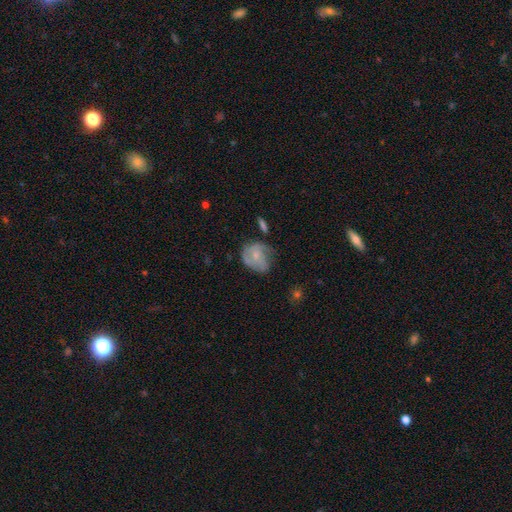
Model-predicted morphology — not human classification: Smooth or featured: featured or disk — 51% (smooth — 42%)
Edge-on disk: no — 97% (yes — 3%)
Merging: none — 45% (minor disturbance — 31%)